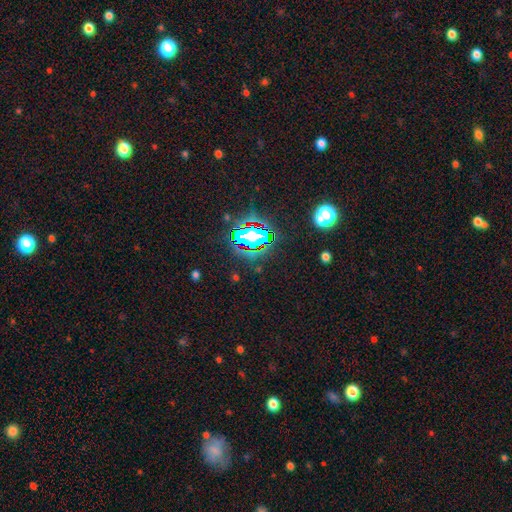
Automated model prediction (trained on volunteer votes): A star or artifact, not a galaxy (82%).

Vote fractions:
- Smooth or featured? star or artifact: 82% / smooth: 11% / featured or disk: 7%